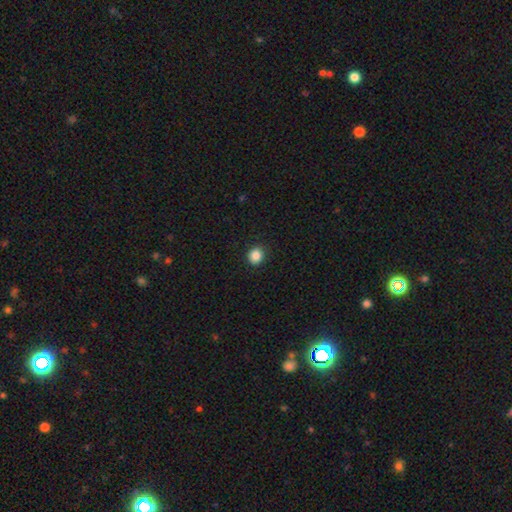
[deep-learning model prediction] The model was most divided on "how rounded": round: 76%, in between: 23%, cigar-shaped: 1%. More confident: merging — none (90%); smooth or featured — smooth (87%).